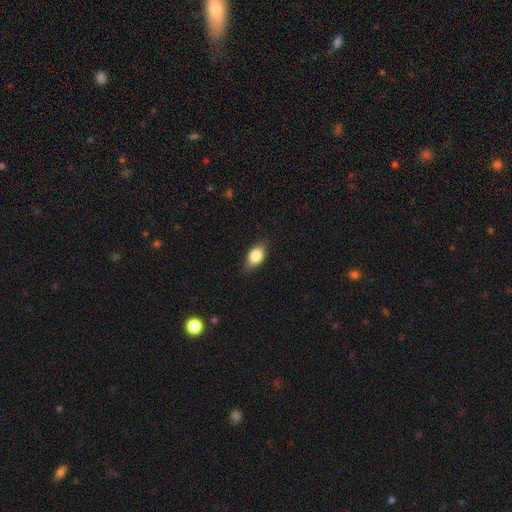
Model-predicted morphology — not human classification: smooth 78%, featured or disk 14%, star or artifact 8%. Down the decision tree: how rounded — in between (83%); merging — none (81%).